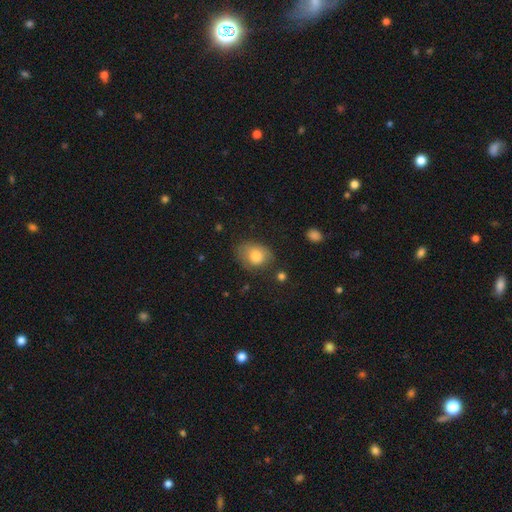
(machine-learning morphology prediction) Smooth or featured: smooth — 78% (featured or disk — 13%)
How rounded: in between — 57% (round — 42%)
Merging: none — 60% (minor disturbance — 28%)